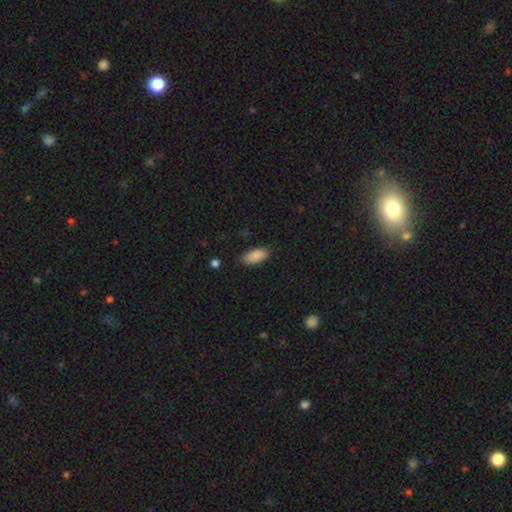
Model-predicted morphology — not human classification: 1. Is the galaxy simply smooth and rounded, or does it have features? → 89% smooth, 7% star or artifact, 4% featured or disk.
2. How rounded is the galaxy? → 90% in between, 8% cigar-shaped, 2% round.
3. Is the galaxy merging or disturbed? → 84% none, 12% minor disturbance, 3% major disturbance, 1% merger.